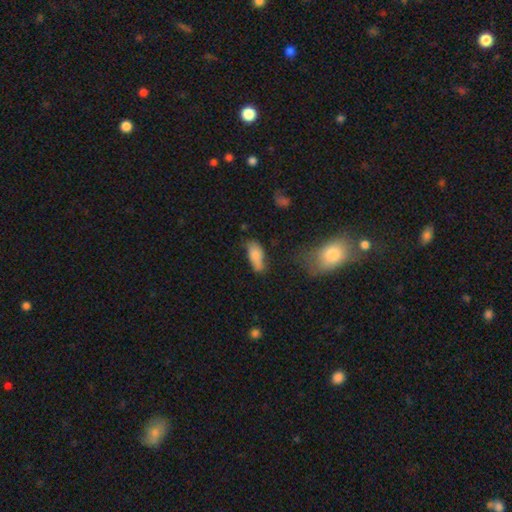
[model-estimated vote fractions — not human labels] This appears to be a smooth galaxy with no disk features (80%) that is in between round and cigar-shaped (82%). Merging: none (45%).